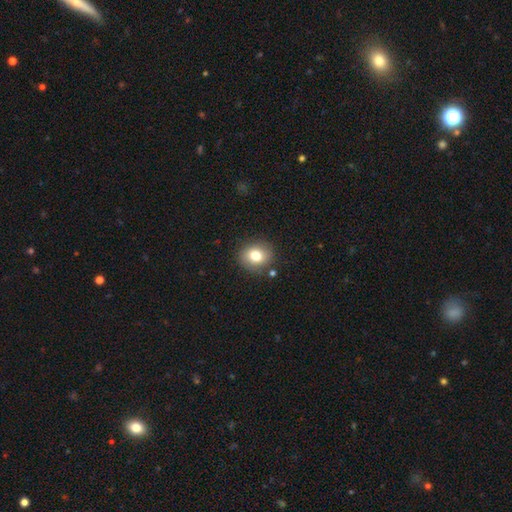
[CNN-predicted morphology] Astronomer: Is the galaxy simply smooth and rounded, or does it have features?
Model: smooth — 78%.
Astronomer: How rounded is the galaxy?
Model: round — 69%.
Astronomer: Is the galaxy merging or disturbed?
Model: none — 85%.